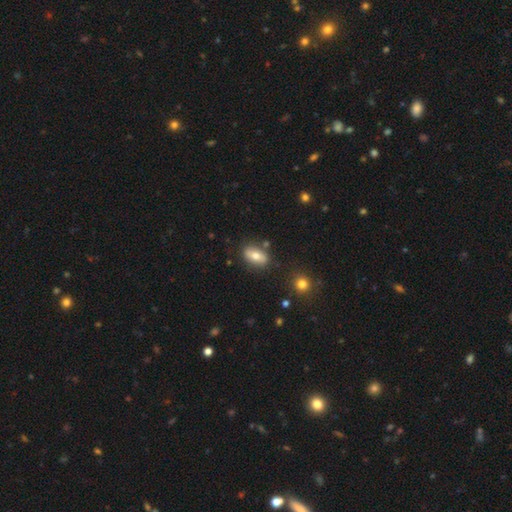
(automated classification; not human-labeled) Smooth or featured? smooth (66%)
How rounded? in between (84%)
Merging? none (79%)